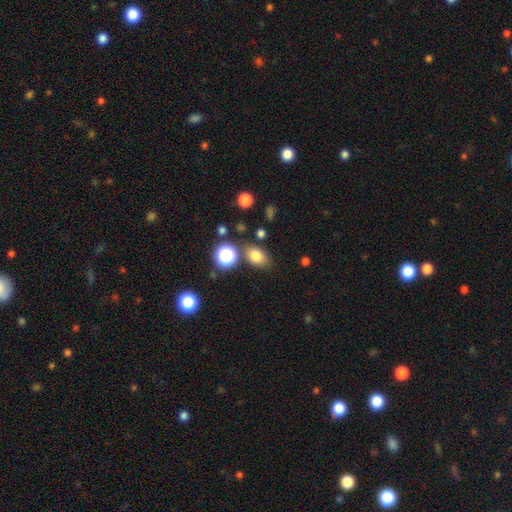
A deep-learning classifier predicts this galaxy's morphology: Overall: smooth (78%). How rounded: in between (73%). Merging: none (75%).